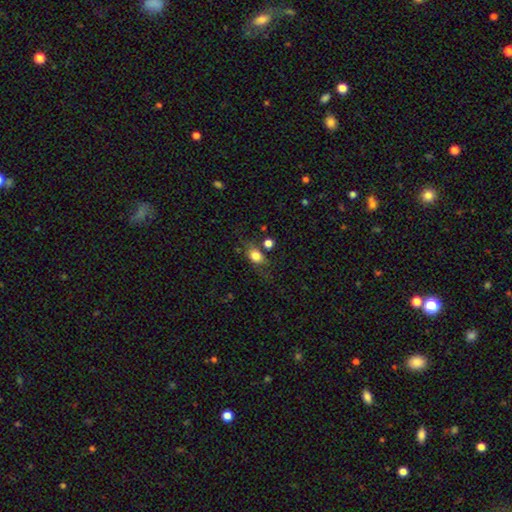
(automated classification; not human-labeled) Q: Smooth or featured?
A: smooth (74%); runner-up: featured or disk (16%)
Q: How rounded?
A: in between (61%); runner-up: round (33%)
Q: Merging?
A: none (60%); runner-up: minor disturbance (21%)